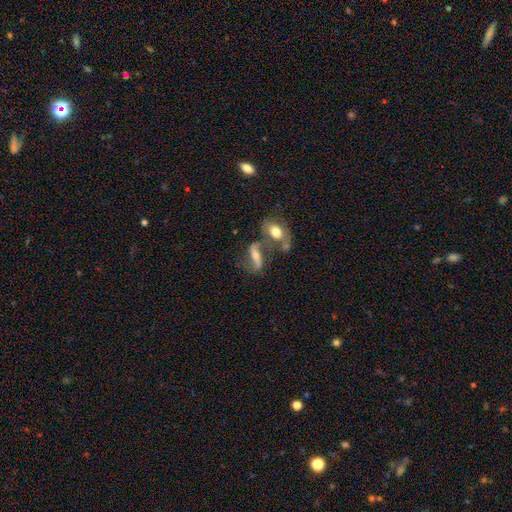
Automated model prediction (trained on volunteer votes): A featured or disk galaxy (68%) with a strong bar (42%), spiral arms (81%) and a moderate central bulge (50%).

Vote fractions:
- Smooth or featured? featured or disk: 68% / smooth: 24% / star or artifact: 8%
- Edge-on disk? no: 81% / yes: 19%
- Bar? strong: 42% / no: 29% / weak: 28%
- Spiral arms? yes: 81% / no: 19%
- Bulge size? moderate: 50% / small: 32% / large: 9% / none: 7% / dominant: 2%
- Merging? none: 41% / merger: 34% / minor disturbance: 14% / major disturbance: 11%